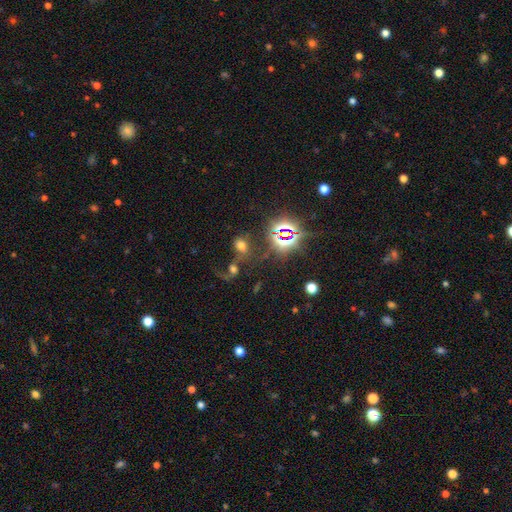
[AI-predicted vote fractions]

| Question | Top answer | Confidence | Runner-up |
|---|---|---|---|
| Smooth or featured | star or artifact | 75% | smooth (17%) |